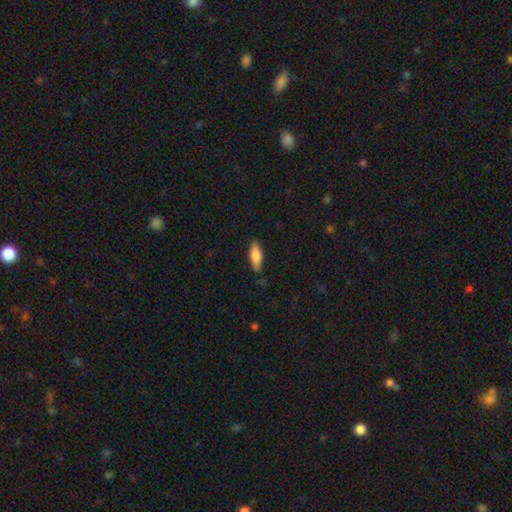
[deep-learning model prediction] A smooth galaxy with no disk features (75%) that is in between round and cigar-shaped (59%).

Vote fractions:
- Smooth or featured? smooth: 75% / featured or disk: 19% / star or artifact: 6%
- How rounded? in between: 59% / cigar-shaped: 39% / round: 2%
- Merging? none: 86% / minor disturbance: 11% / major disturbance: 2% / merger: 1%